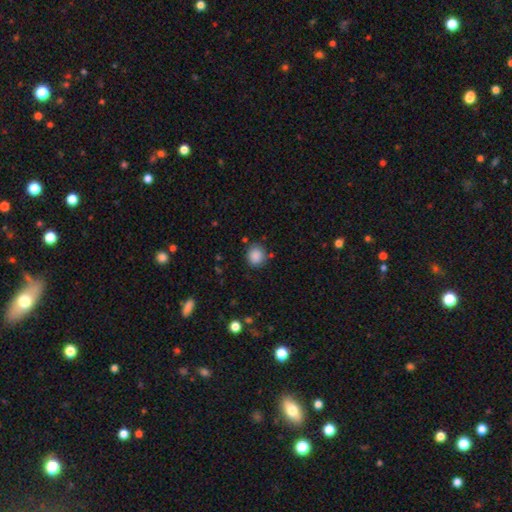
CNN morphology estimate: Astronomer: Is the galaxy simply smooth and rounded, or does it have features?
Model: smooth — 87%.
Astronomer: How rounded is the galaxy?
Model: round — 78%.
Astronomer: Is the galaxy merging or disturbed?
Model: none — 82%.